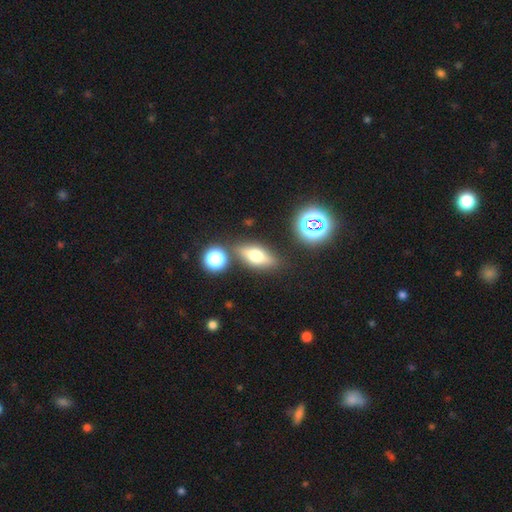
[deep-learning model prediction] Q: Smooth or featured?
A: smooth (52%); runner-up: featured or disk (35%)
Q: How rounded?
A: in between (65%); runner-up: cigar-shaped (25%)
Q: Merging?
A: none (79%); runner-up: minor disturbance (11%)